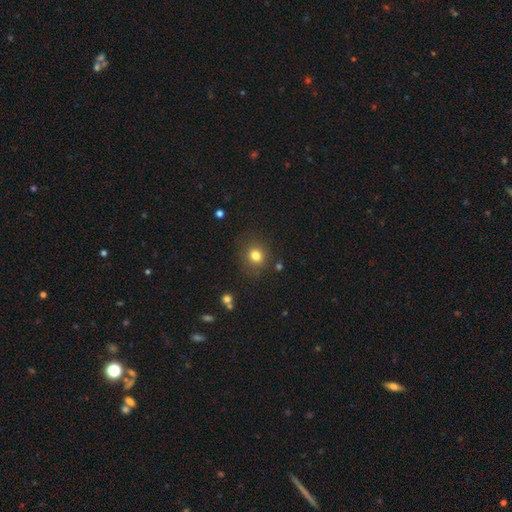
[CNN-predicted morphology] Smooth or featured? Predicted: smooth (p=0.79). How rounded? Predicted: round (p=0.77). Merging? Predicted: none (p=0.83).